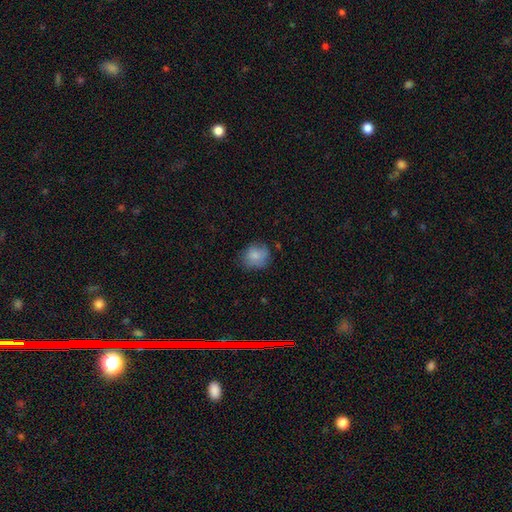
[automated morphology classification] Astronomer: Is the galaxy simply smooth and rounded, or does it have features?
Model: smooth — 83%.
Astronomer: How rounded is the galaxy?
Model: round — 75%.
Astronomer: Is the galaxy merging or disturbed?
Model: none — 69%.